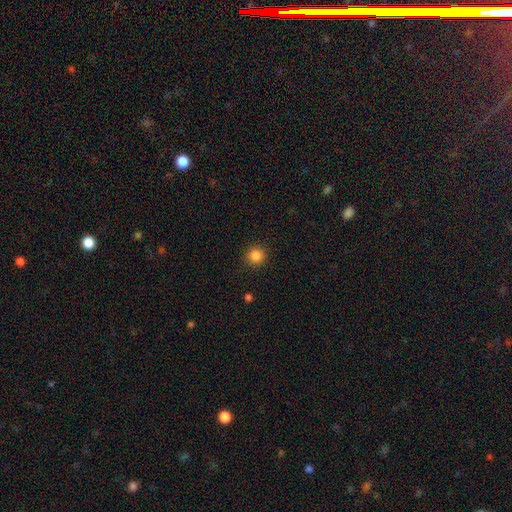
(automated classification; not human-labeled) Smooth or featured? Predicted: smooth (p=0.86). How rounded? Predicted: round (p=0.94). Merging? Predicted: none (p=0.91).